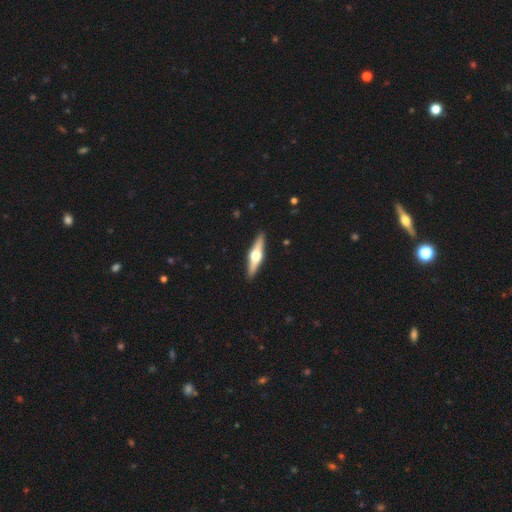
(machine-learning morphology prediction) type=featured or disk (71%); edge-on=yes (97%); edge-on bulge=rounded (96%); merging=none (92%).